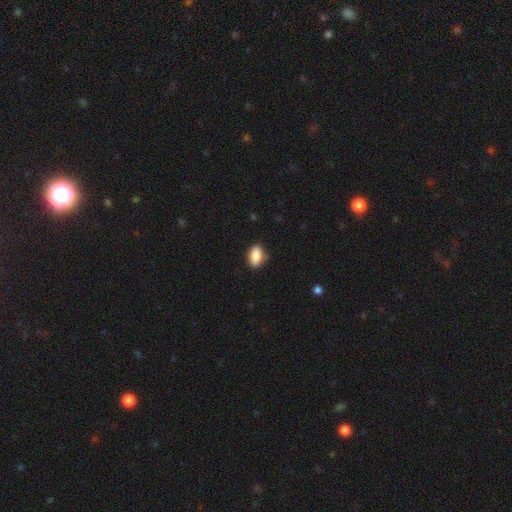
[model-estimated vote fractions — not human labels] Morphology: type=smooth (88%); roundness=in between (89%); merging=none (82%).